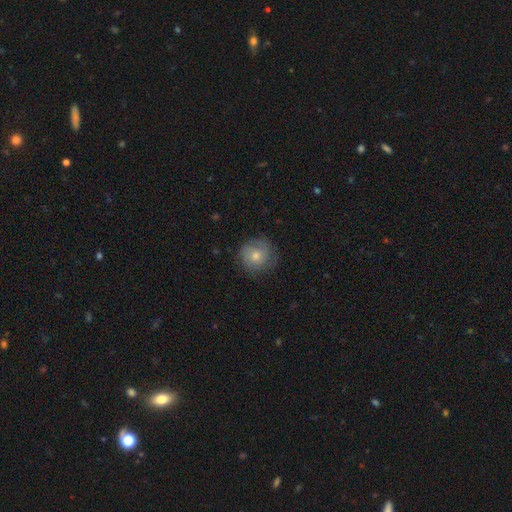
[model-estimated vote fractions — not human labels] Smooth or featured? Predicted: smooth (p=0.52). How rounded? Predicted: round (p=0.92). Merging? Predicted: none (p=0.79).